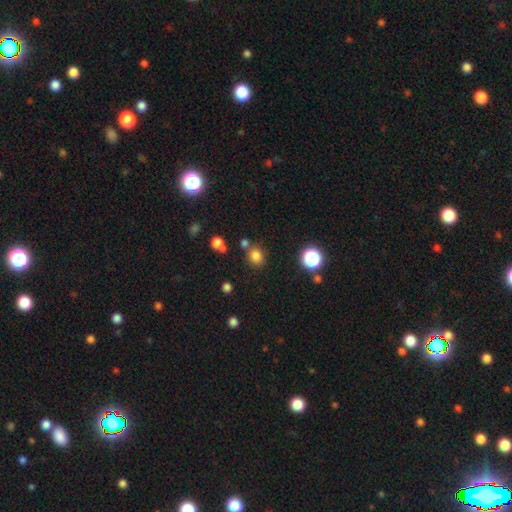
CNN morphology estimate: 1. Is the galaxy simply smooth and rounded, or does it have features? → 80% smooth, 15% star or artifact, 5% featured or disk.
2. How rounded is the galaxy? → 65% round, 34% in between, 1% cigar-shaped.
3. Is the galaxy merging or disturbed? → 75% none, 12% minor disturbance, 10% merger, 4% major disturbance.